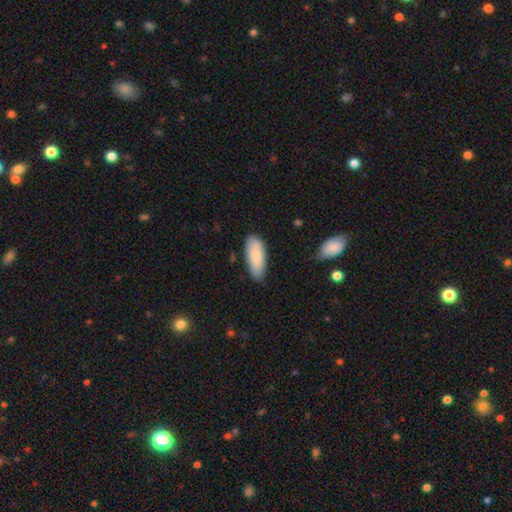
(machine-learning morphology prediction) Smooth or featured: smooth — 84% (featured or disk — 10%)
How rounded: in between — 79% (cigar-shaped — 19%)
Merging: none — 80% (minor disturbance — 15%)